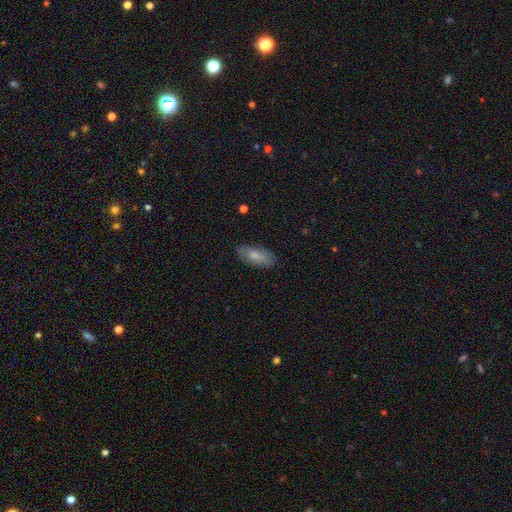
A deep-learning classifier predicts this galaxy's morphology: Smooth or featured: smooth — 79% (featured or disk — 14%)
How rounded: in between — 80% (cigar-shaped — 18%)
Merging: none — 83% (minor disturbance — 13%)